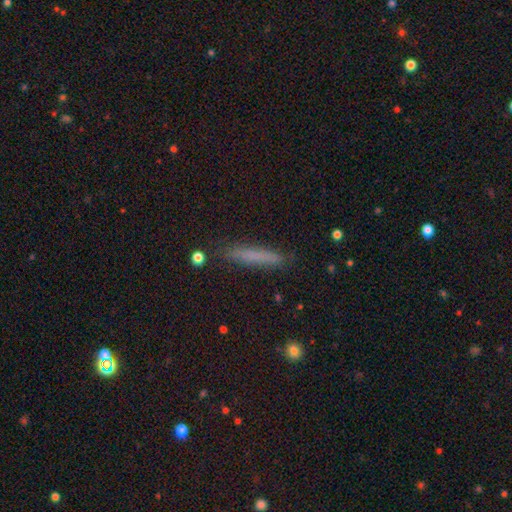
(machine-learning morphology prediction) smooth_or_featured: smooth (p=0.69) [alt: featured or disk p=0.20]
how_rounded: cigar-shaped (p=0.94) [alt: in between p=0.05]
merging: none (p=0.87) [alt: minor disturbance p=0.09]